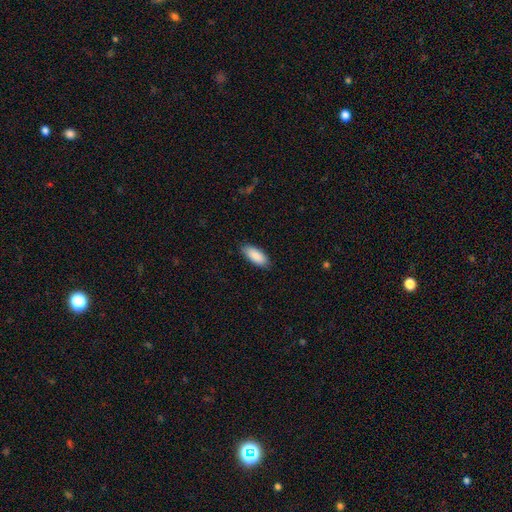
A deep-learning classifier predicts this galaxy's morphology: The model was most divided on "how rounded": in between: 81%, cigar-shaped: 17%, round: 2%. More confident: smooth or featured — smooth (90%); merging — none (87%).